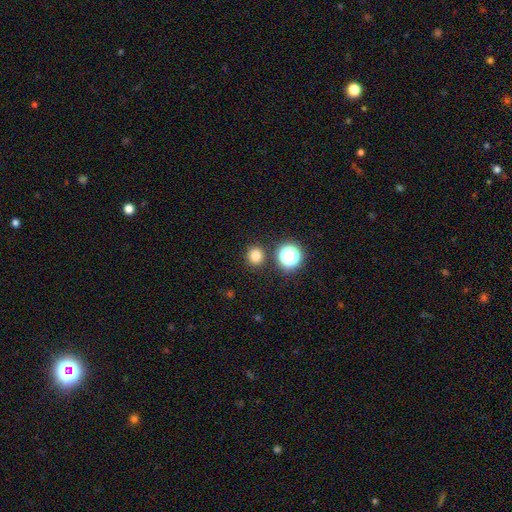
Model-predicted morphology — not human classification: This appears to be a smooth galaxy with no disk features (79%) that is round (86%). Merging: none (87%).